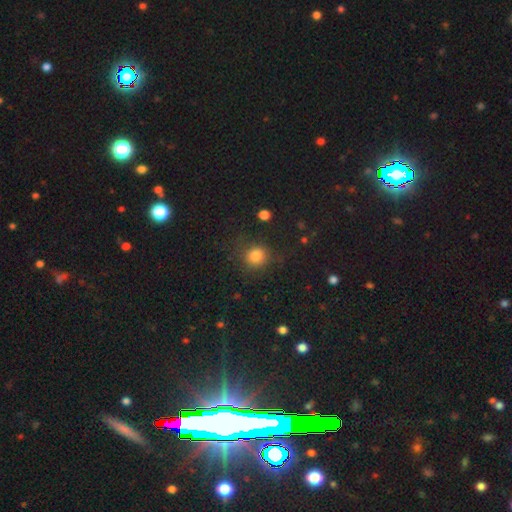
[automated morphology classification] Q: Smooth or featured?
A: smooth (82%); runner-up: star or artifact (13%)
Q: How rounded?
A: round (86%); runner-up: in between (13%)
Q: Merging?
A: none (81%); runner-up: minor disturbance (12%)